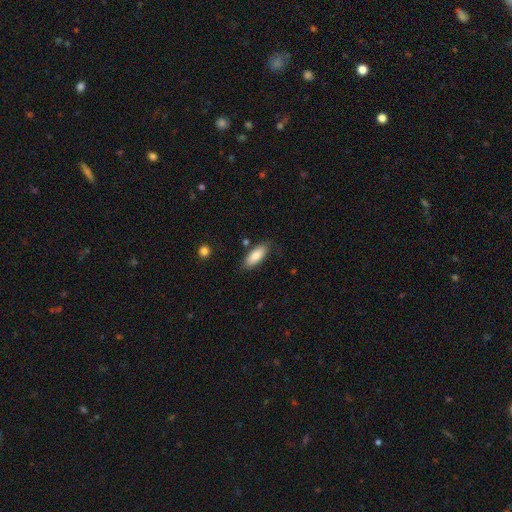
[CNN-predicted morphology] Smooth or featured: smooth — 83% (featured or disk — 10%)
How rounded: in between — 78% (cigar-shaped — 20%)
Merging: none — 81% (minor disturbance — 13%)